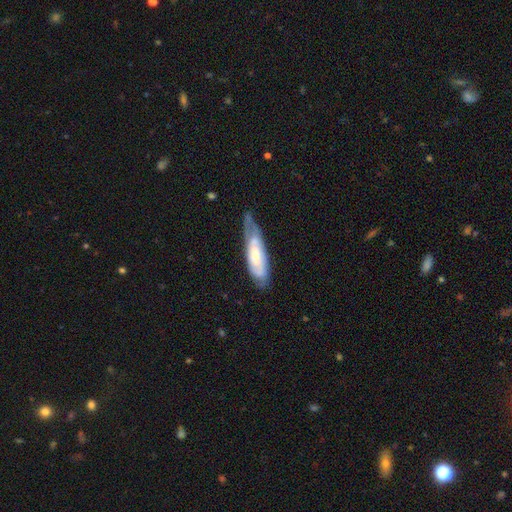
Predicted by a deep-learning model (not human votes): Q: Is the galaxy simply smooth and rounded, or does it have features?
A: featured or disk — 58%.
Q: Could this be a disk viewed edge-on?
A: no — 74%.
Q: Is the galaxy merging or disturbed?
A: none — 49%.